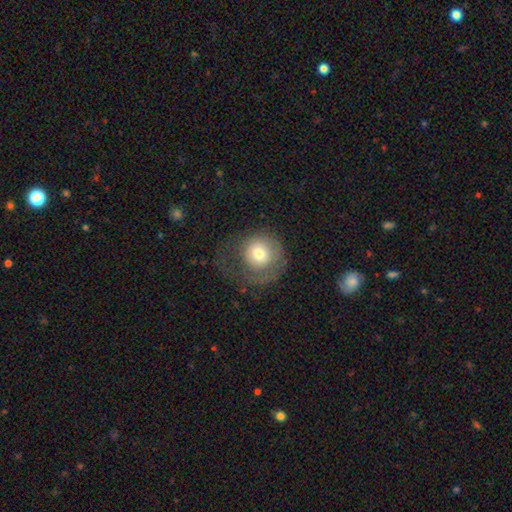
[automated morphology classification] Smooth or featured: smooth — 64% (featured or disk — 27%)
How rounded: round — 87% (in between — 12%)
Merging: none — 43% (major disturbance — 36%)